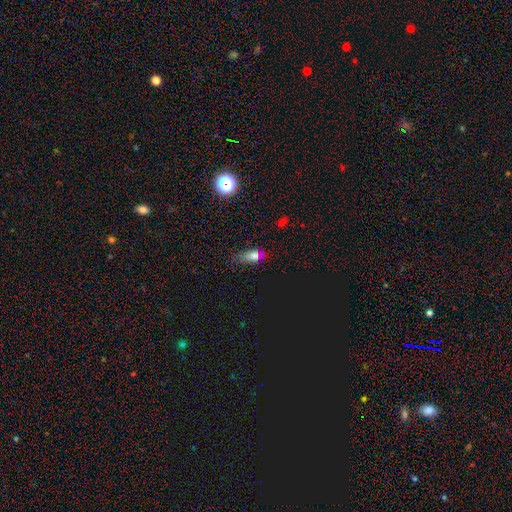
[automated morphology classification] smooth-or-featured: smooth: 65% | star or artifact: 25% | featured or disk: 11%
  how-rounded: in between: 72% | cigar-shaped: 15% | round: 13%
  merging: none: 54% | minor disturbance: 29% | major disturbance: 13% | merger: 4%